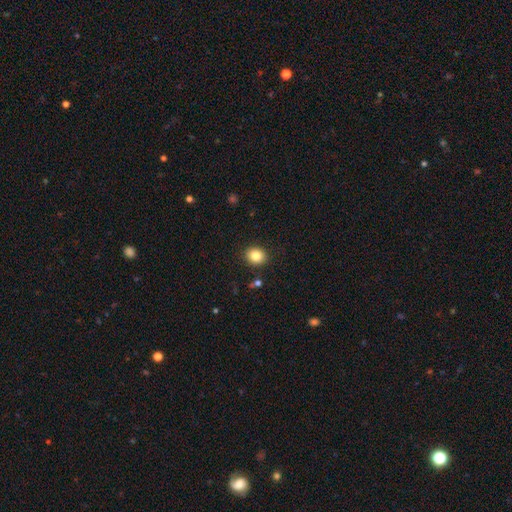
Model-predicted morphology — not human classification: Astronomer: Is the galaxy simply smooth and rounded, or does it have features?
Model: smooth — 83%.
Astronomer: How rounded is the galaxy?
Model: round — 65%.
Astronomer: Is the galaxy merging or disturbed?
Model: none — 89%.